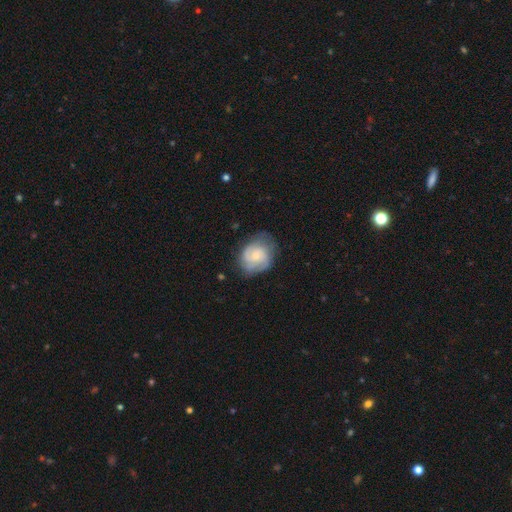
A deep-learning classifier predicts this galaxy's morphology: Smooth or featured? Predicted: featured or disk (p=0.73). Edge-on disk? Predicted: no (p=0.98). Bar? Predicted: no (p=0.70). Spiral arms? Predicted: yes (p=0.94). Spiral winding? Predicted: tight (p=0.53). Spiral arm count? Predicted: 2 (p=0.39). Bulge size? Predicted: small (p=0.62). Merging? Predicted: none (p=0.70).